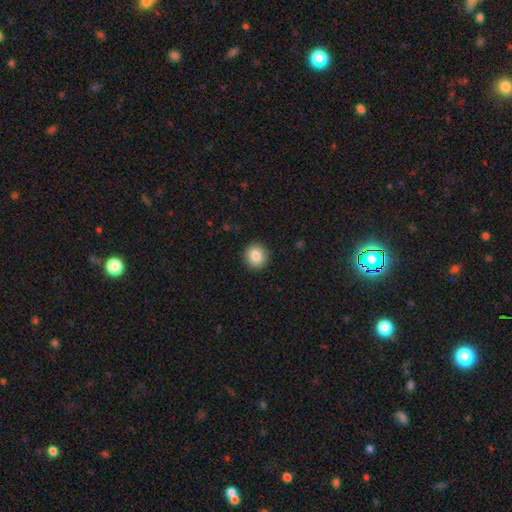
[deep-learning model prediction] Q: Smooth or featured?
A: smooth (85%); runner-up: star or artifact (9%)
Q: How rounded?
A: round (91%); runner-up: in between (8%)
Q: Merging?
A: none (92%); runner-up: minor disturbance (5%)